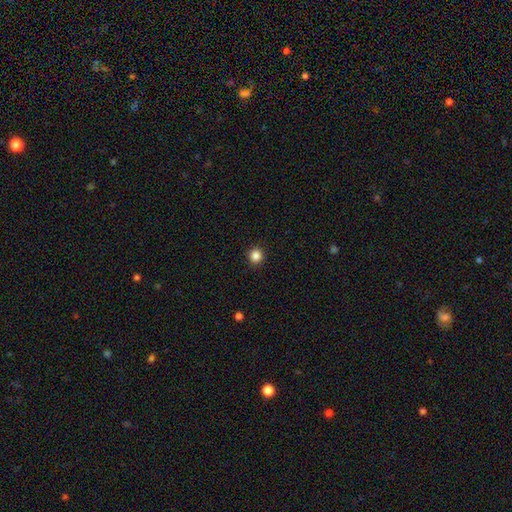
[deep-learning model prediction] This is clearly a smooth galaxy (85%). How rounded: clearly round (94%). Merging: clearly none (92%).